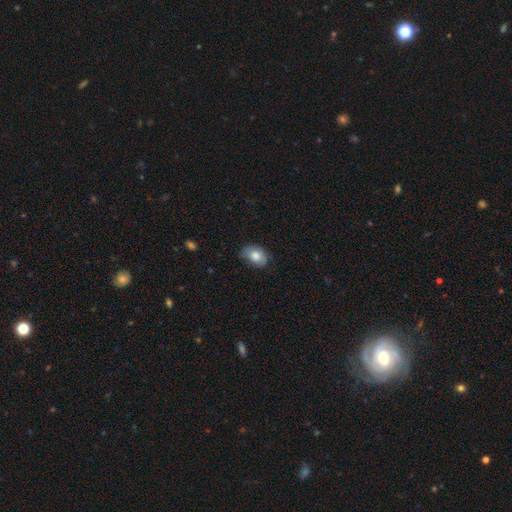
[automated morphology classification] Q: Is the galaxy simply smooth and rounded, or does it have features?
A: smooth — 78%.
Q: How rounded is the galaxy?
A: in between — 79%.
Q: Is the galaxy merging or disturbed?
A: none — 59%.